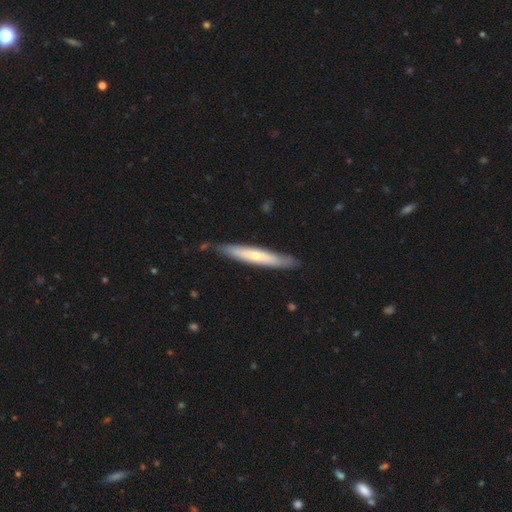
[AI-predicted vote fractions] Morphology: type=smooth (49%); merging=none (81%).